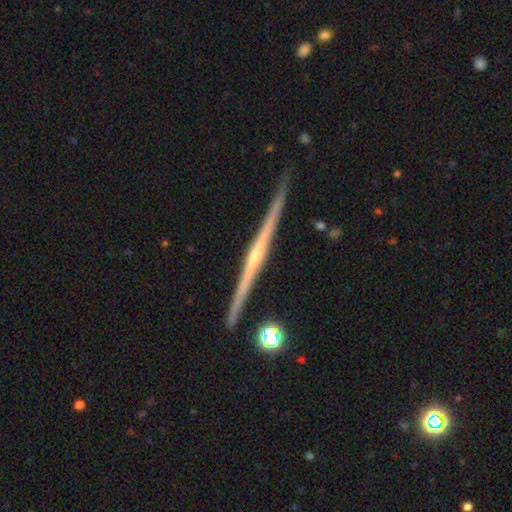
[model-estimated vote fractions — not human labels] Smooth or featured? featured or disk (87%)
Edge-on disk? yes (99%)
Edge-on bulge? rounded (68%)
Merging? none (91%)